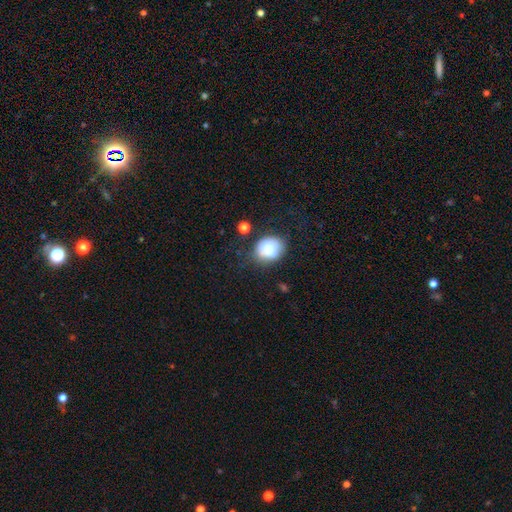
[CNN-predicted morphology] Smooth or featured? smooth (72%)
How rounded? round (69%)
Merging? none (80%)